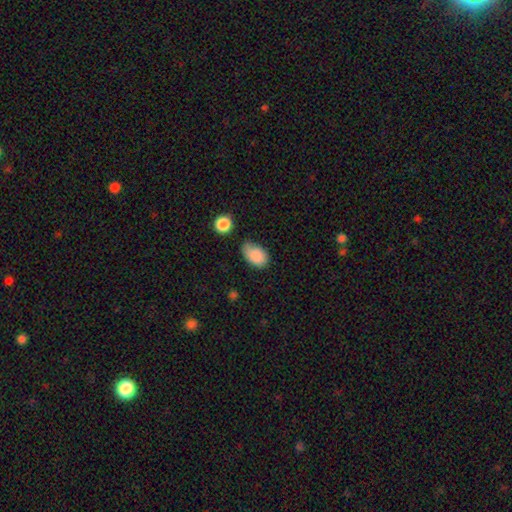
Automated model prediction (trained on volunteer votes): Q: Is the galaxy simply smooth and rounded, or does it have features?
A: smooth — 86%.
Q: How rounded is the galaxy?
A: in between — 86%.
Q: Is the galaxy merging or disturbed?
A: none — 50%.